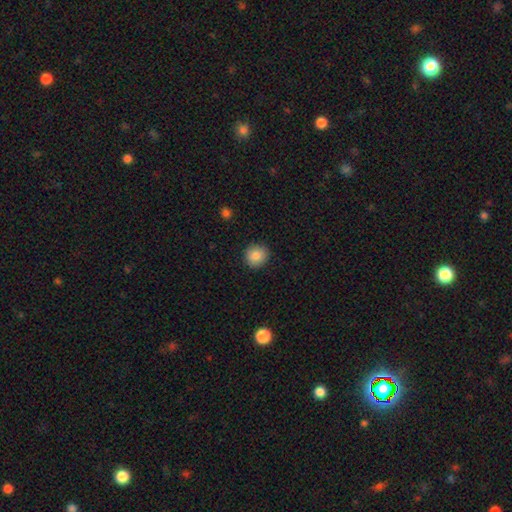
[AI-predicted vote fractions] Smooth or featured: smooth — 85% (star or artifact — 9%)
How rounded: round — 90% (in between — 9%)
Merging: none — 90% (minor disturbance — 7%)